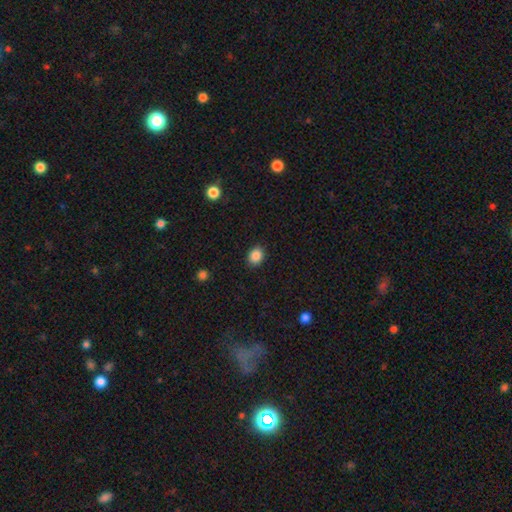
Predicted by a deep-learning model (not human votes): A smooth galaxy with no disk features (87%) that is in between round and cigar-shaped (50%).

Vote fractions:
- Smooth or featured? smooth: 87% / star or artifact: 9% / featured or disk: 4%
- How rounded? in between: 50% / round: 49% / cigar-shaped: 1%
- Merging? none: 89% / minor disturbance: 7% / major disturbance: 2% / merger: 1%